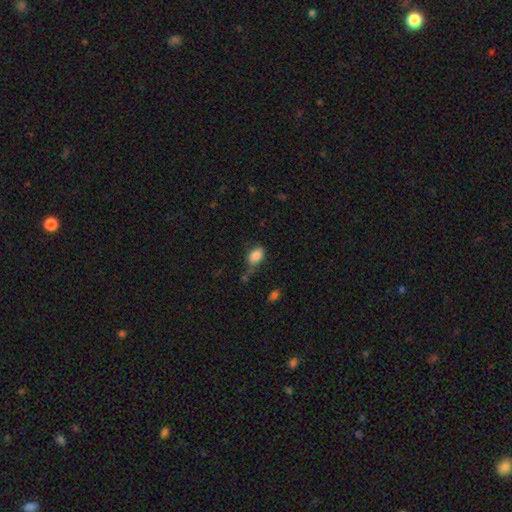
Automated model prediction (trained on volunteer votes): Overall: smooth (86%). How rounded: in between (85%). Merging: none (59%; minor disturbance 27%).